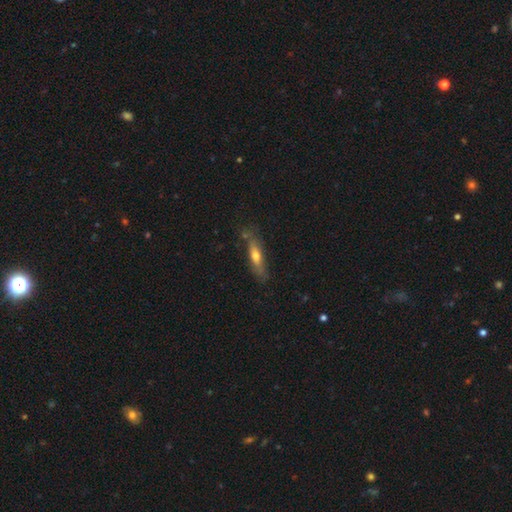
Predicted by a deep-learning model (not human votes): The model was most divided on "smooth or featured": smooth: 52%, featured or disk: 41%, star or artifact: 7%. More confident: merging — none (71%); how rounded — cigar-shaped (68%).